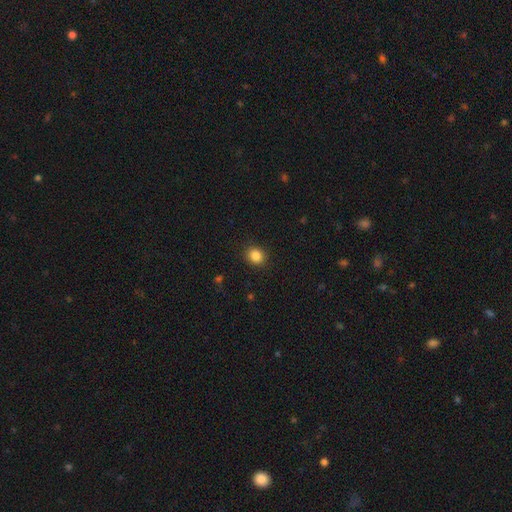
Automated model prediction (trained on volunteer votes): Overall: smooth (85%). How rounded: round (73%). Merging: none (90%).